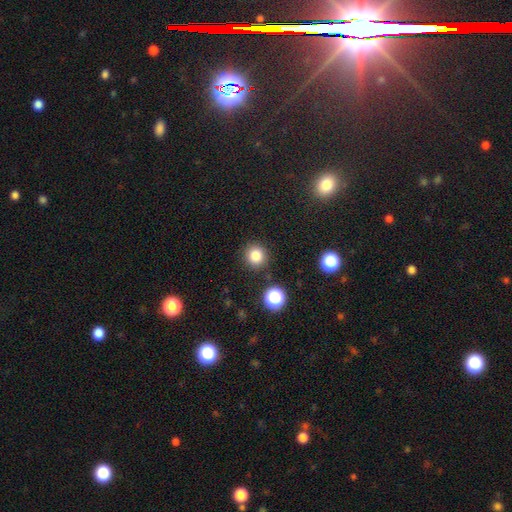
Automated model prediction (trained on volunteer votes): Q: Smooth or featured?
A: smooth (81%); runner-up: star or artifact (13%)
Q: How rounded?
A: round (92%); runner-up: in between (8%)
Q: Merging?
A: none (87%); runner-up: minor disturbance (7%)